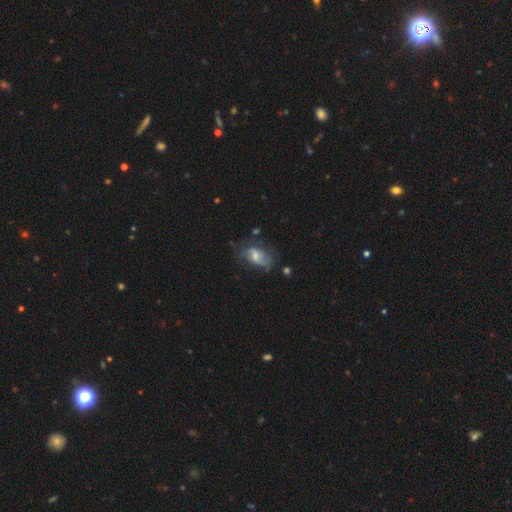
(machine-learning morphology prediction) Smooth or featured: featured or disk — 68% (smooth — 23%)
Edge-on disk: no — 96% (yes — 4%)
Bar: no — 49% (weak — 42%)
Spiral arms: yes — 87% (no — 13%)
Spiral winding: loose — 46% (medium — 39%)
Spiral arm count: 2 — 64% (can't tell — 17%)
Bulge size: moderate — 48% (small — 36%)
Merging: none — 51% (minor disturbance — 25%)